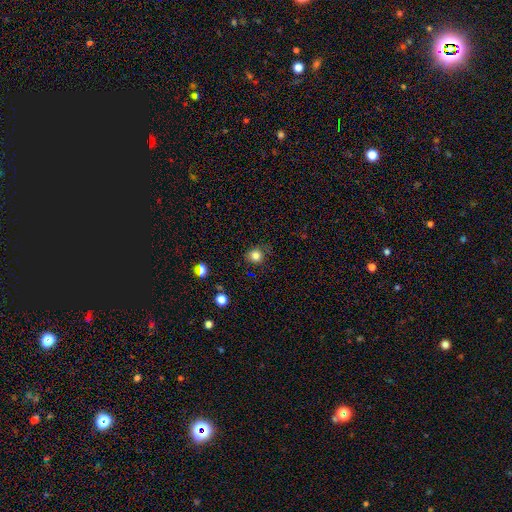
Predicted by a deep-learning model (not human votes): A smooth galaxy with no disk features (81%) that is round (81%).

Vote fractions:
- Smooth or featured? smooth: 81% / star or artifact: 13% / featured or disk: 6%
- How rounded? round: 81% / in between: 18% / cigar-shaped: 1%
- Merging? none: 76% / minor disturbance: 17% / major disturbance: 5% / merger: 2%